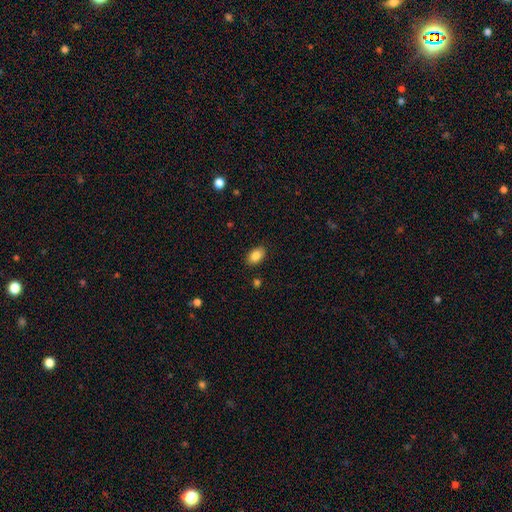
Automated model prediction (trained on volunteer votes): A smooth galaxy with no disk features (87%) that is in between round and cigar-shaped (88%).

Vote fractions:
- Smooth or featured? smooth: 87% / star or artifact: 8% / featured or disk: 5%
- How rounded? in between: 88% / round: 11% / cigar-shaped: 1%
- Merging? none: 87% / minor disturbance: 9% / major disturbance: 2% / merger: 1%